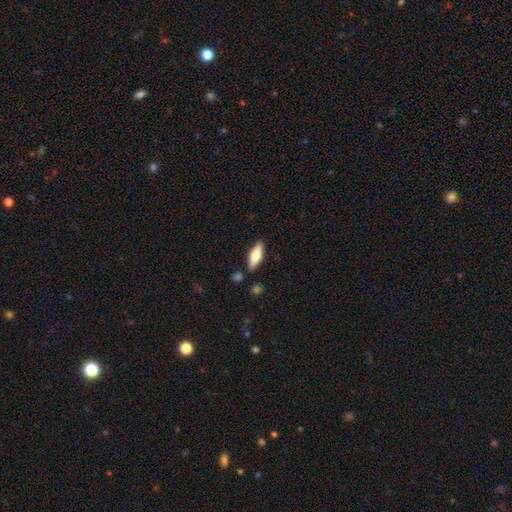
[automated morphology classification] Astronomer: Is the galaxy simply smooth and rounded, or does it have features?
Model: smooth — 70%.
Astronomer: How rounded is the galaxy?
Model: in between — 66%.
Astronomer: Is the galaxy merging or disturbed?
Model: none — 85%.